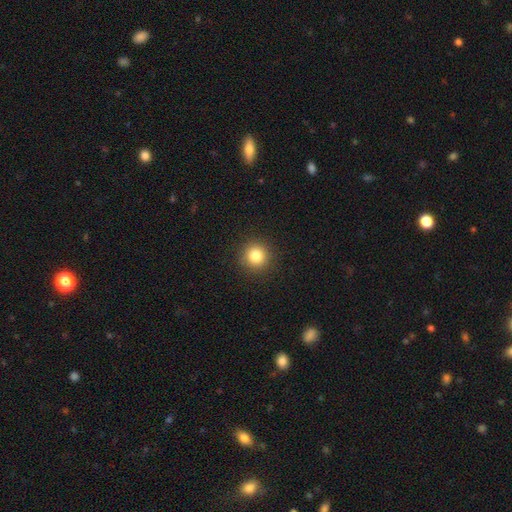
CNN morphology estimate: Smooth or featured? Predicted: smooth (p=0.82). How rounded? Predicted: round (p=0.94). Merging? Predicted: none (p=0.92).